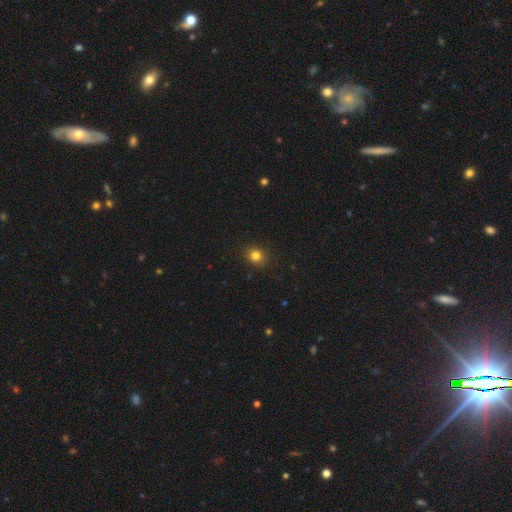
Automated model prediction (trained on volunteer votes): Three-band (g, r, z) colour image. It shows a smooth galaxy with no disk features (81%) that is round (72%). Merging: none (90%).